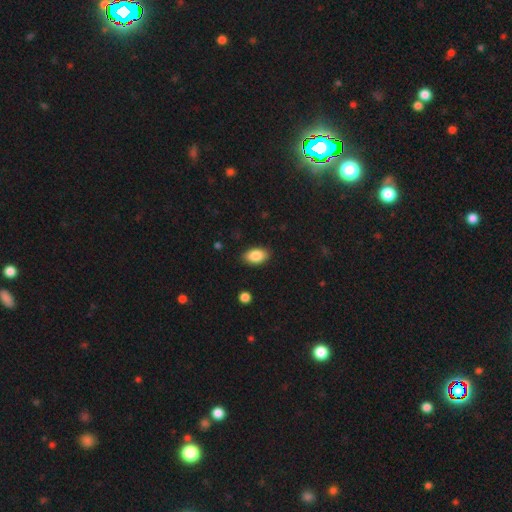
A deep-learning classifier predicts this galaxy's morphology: type=smooth (86%); roundness=in between (92%); merging=none (88%).